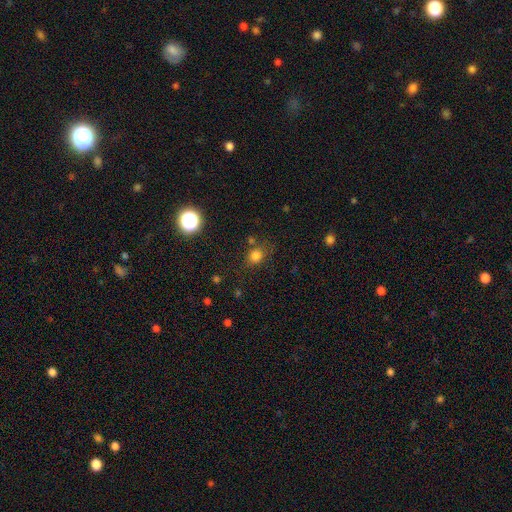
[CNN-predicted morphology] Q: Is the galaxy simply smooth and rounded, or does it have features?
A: smooth — 77%.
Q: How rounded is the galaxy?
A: round — 65%.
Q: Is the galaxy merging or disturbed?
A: none — 72%.